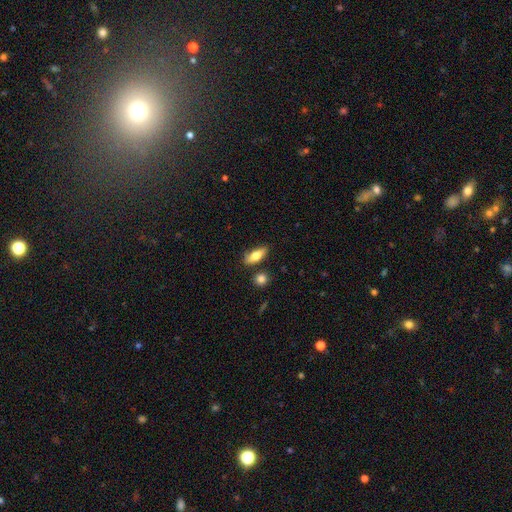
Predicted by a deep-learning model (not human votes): Overall: smooth (69%). How rounded: in between (68%). Merging: none (79%).